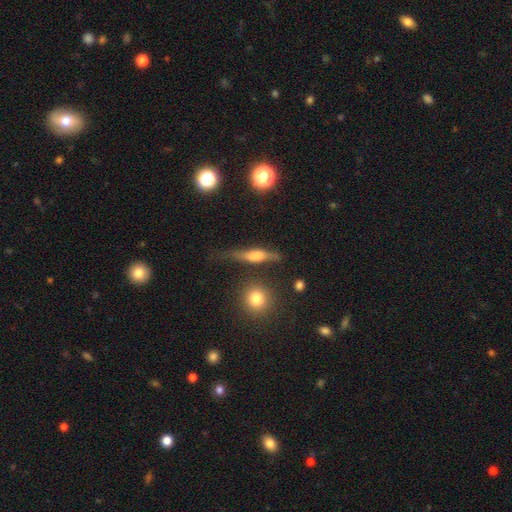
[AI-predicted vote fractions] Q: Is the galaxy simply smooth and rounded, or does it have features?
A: featured or disk — 54%.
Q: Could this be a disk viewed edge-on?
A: yes — 87%.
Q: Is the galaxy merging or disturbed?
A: none — 65%.